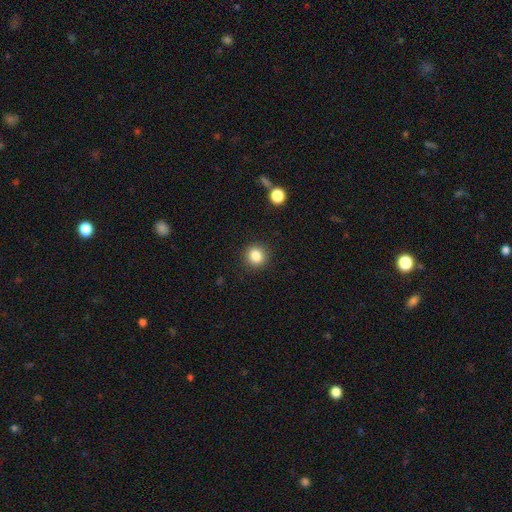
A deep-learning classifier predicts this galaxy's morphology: Smooth or featured: smooth — 85% (star or artifact — 10%)
How rounded: round — 89% (in between — 10%)
Merging: none — 91% (minor disturbance — 6%)